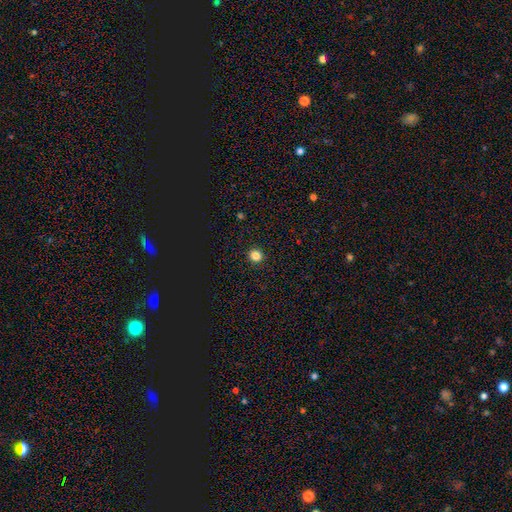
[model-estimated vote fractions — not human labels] A smooth galaxy with no disk features (84%) that is round (92%).

Vote fractions:
- Smooth or featured? smooth: 84% / star or artifact: 13% / featured or disk: 4%
- How rounded? round: 92% / in between: 7% / cigar-shaped: 1%
- Merging? none: 93% / minor disturbance: 4% / major disturbance: 1% / merger: 1%